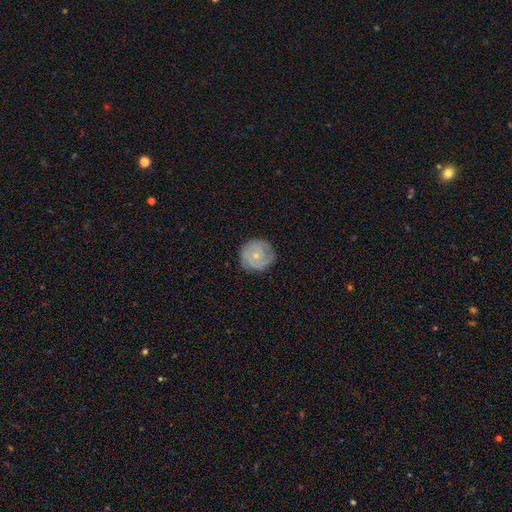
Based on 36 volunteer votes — This appears to be a featured or disk galaxy (69%) with no bar (80%), tight (77%) spiral arms (88%) and a small central bulge (72%). Merging: none (80%).